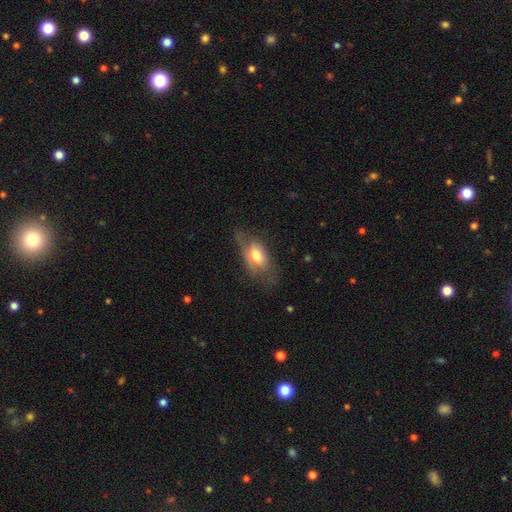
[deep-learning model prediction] Smooth or featured? Predicted: smooth (p=0.62). How rounded? Predicted: in between (p=0.85). Merging? Predicted: none (p=0.48).